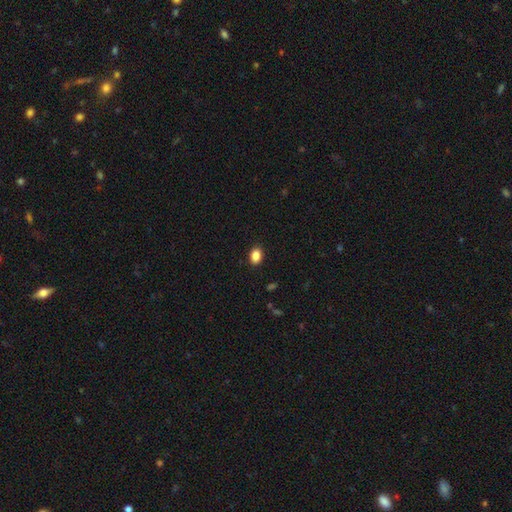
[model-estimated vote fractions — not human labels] Smooth or featured? Predicted: smooth (p=0.88). How rounded? Predicted: in between (p=0.77). Merging? Predicted: none (p=0.89).